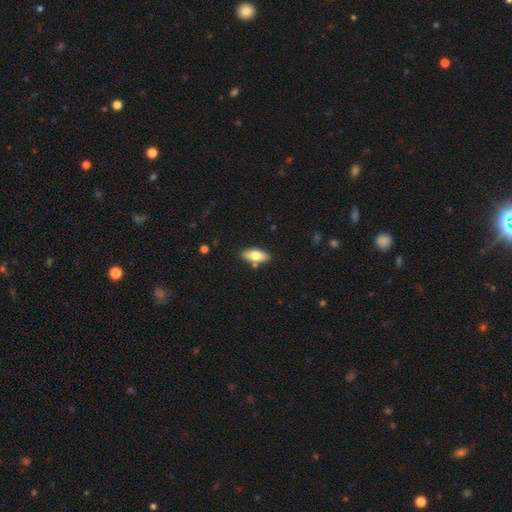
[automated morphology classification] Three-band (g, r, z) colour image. It shows a smooth galaxy with no disk features (72%) that is in between round and cigar-shaped (80%). Merging: none (83%).